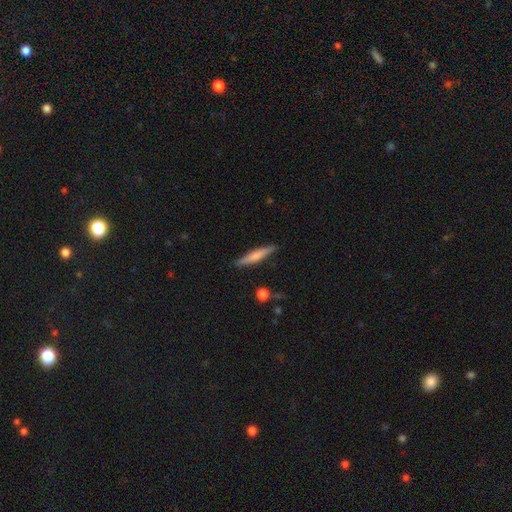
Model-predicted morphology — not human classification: This appears to be a smooth galaxy with no disk features (61%) that is cigar-shaped (90%). Merging: none (87%).